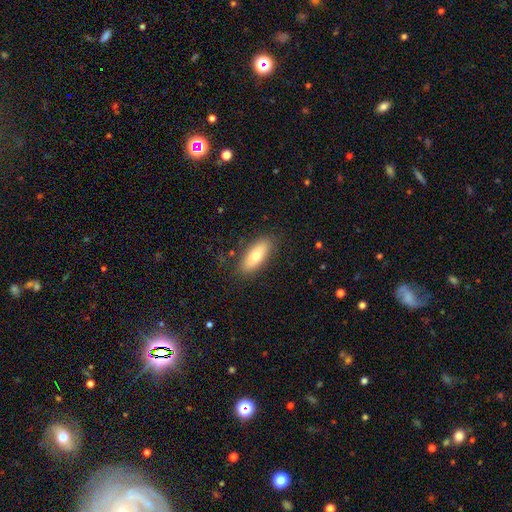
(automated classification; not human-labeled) Q: Smooth or featured?
A: smooth (70%); runner-up: featured or disk (23%)
Q: How rounded?
A: in between (71%); runner-up: cigar-shaped (26%)
Q: Merging?
A: none (85%); runner-up: minor disturbance (11%)